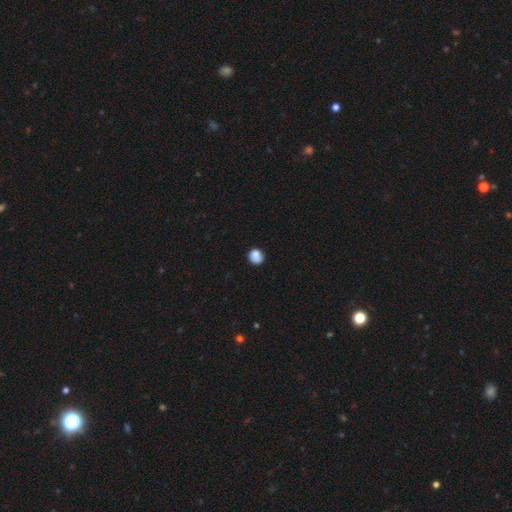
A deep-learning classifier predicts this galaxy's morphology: Q: Smooth or featured?
A: smooth (84%); runner-up: star or artifact (9%)
Q: How rounded?
A: round (83%); runner-up: in between (16%)
Q: Merging?
A: none (78%); runner-up: minor disturbance (16%)